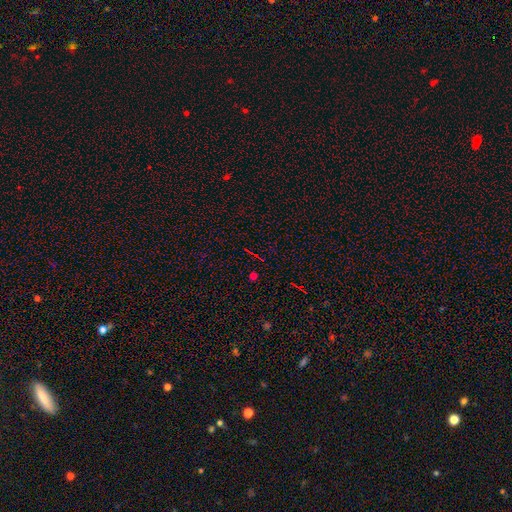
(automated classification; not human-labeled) Q: Smooth or featured?
A: star or artifact (69%); runner-up: smooth (20%)